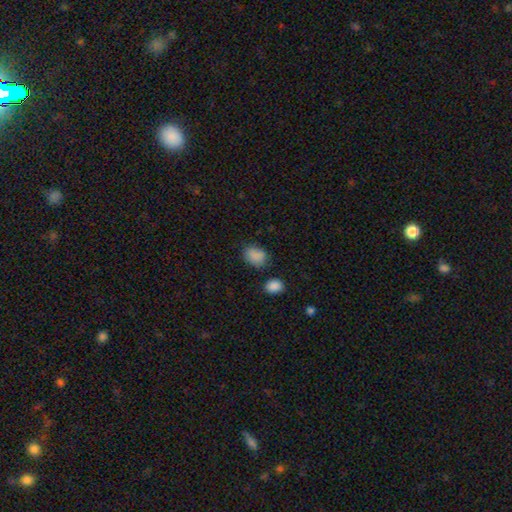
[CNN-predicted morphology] Smooth or featured: smooth — 86% (star or artifact — 10%)
How rounded: in between — 65% (round — 34%)
Merging: none — 71% (minor disturbance — 19%)